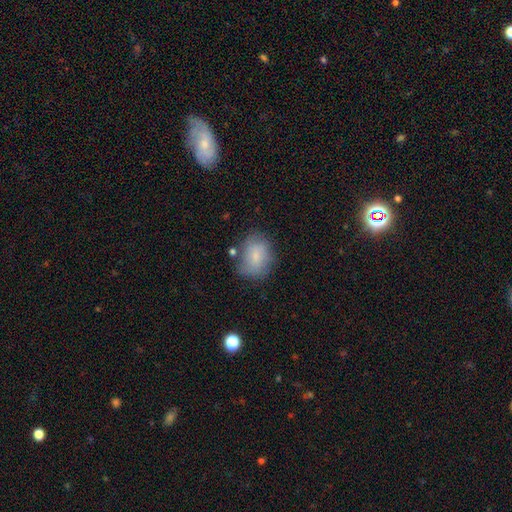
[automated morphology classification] Q: Smooth or featured?
A: smooth (75%); runner-up: featured or disk (16%)
Q: How rounded?
A: in between (66%); runner-up: round (33%)
Q: Merging?
A: none (64%); runner-up: minor disturbance (24%)